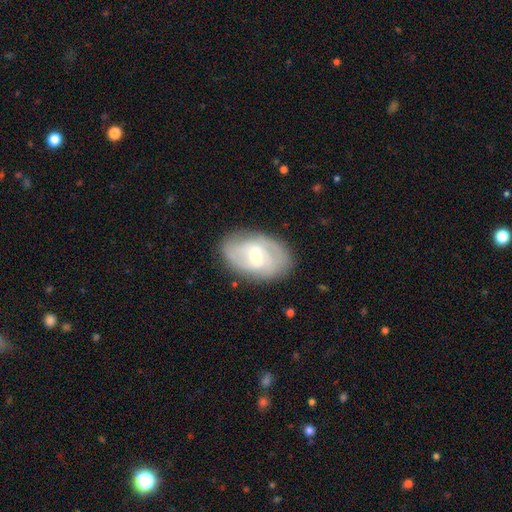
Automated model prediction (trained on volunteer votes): Smooth or featured? Predicted: featured or disk (p=0.72). Edge-on disk? Predicted: no (p=0.95). Bar? Predicted: weak (p=0.46). Spiral arms? Predicted: yes (p=0.84). Spiral winding? Predicted: tight (p=0.49). Spiral arm count? Predicted: 2 (p=0.48). Bulge size? Predicted: small (p=0.49). Merging? Predicted: none (p=0.81).